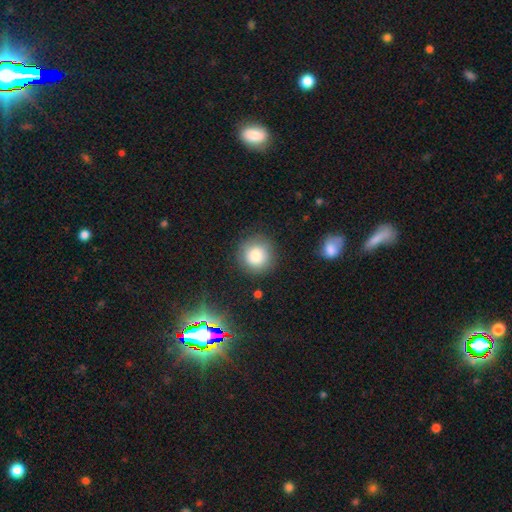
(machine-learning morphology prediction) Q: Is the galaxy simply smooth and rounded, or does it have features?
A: smooth — 82%.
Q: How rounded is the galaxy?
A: round — 93%.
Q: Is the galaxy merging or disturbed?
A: none — 85%.